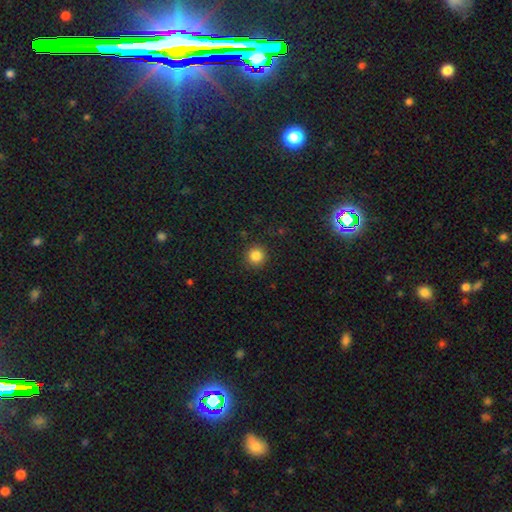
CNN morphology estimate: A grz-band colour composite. It shows a smooth galaxy with no disk features (85%) that is round (94%). Merging: none (91%).